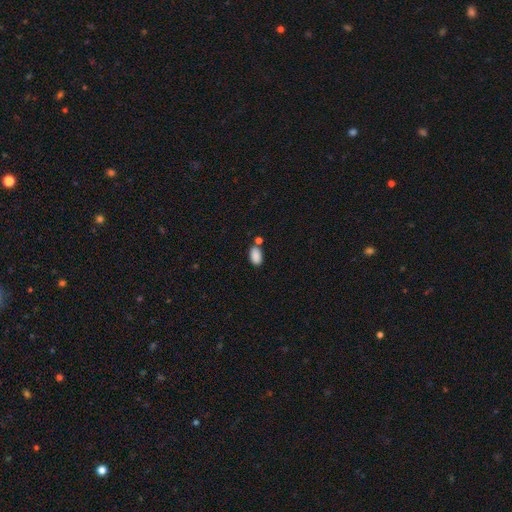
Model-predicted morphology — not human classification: A smooth galaxy with no disk features (88%) that is in between round and cigar-shaped (93%). Merging: none (68%).